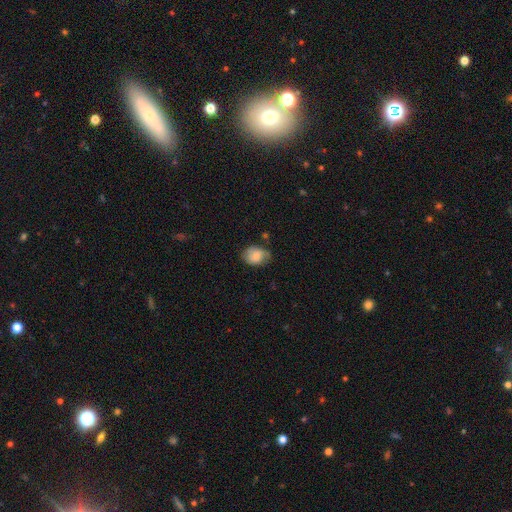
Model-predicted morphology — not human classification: smooth 75%, featured or disk 17%, star or artifact 8%. Down the decision tree: how rounded — in between (56%); merging — none (63%).